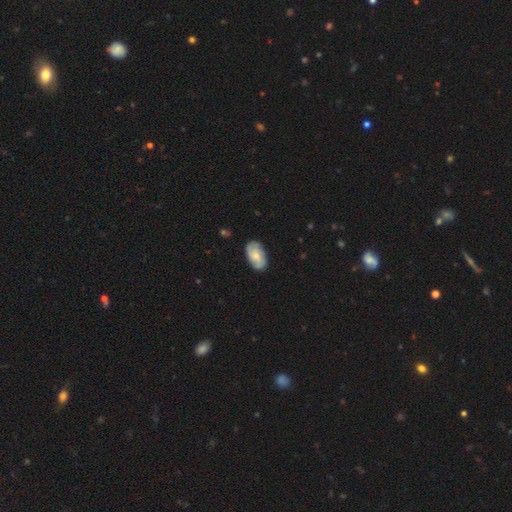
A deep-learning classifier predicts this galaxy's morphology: A smooth galaxy with no disk features (61%) that is in between round and cigar-shaped (93%).

Vote fractions:
- Smooth or featured? smooth: 61% / featured or disk: 33% / star or artifact: 6%
- How rounded? in between: 93% / round: 5% / cigar-shaped: 2%
- Merging? none: 81% / minor disturbance: 15% / major disturbance: 3% / merger: 1%